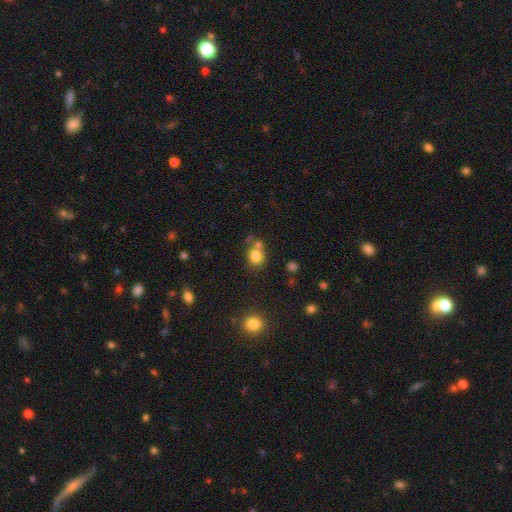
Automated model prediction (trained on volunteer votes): A smooth galaxy with no disk features (80%) that is round (75%).

Vote fractions:
- Smooth or featured? smooth: 80% / star or artifact: 12% / featured or disk: 8%
- How rounded? round: 75% / in between: 24% / cigar-shaped: 1%
- Merging? none: 53% / merger: 30% / minor disturbance: 12% / major disturbance: 5%